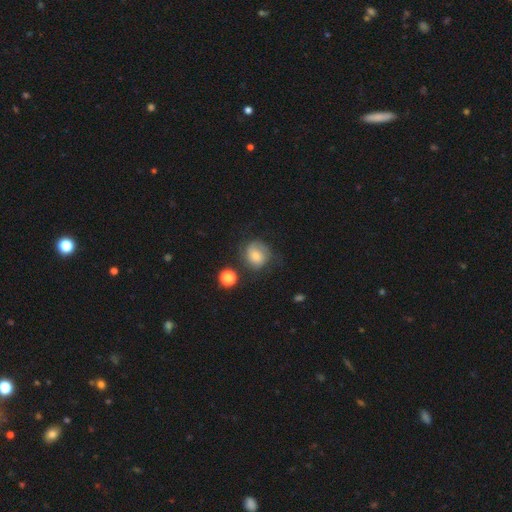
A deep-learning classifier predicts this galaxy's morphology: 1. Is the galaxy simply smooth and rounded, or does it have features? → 51% smooth, 39% featured or disk, 10% star or artifact.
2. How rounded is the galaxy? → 74% round, 25% in between, 1% cigar-shaped.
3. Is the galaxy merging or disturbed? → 59% none, 25% minor disturbance, 13% major disturbance, 4% merger.